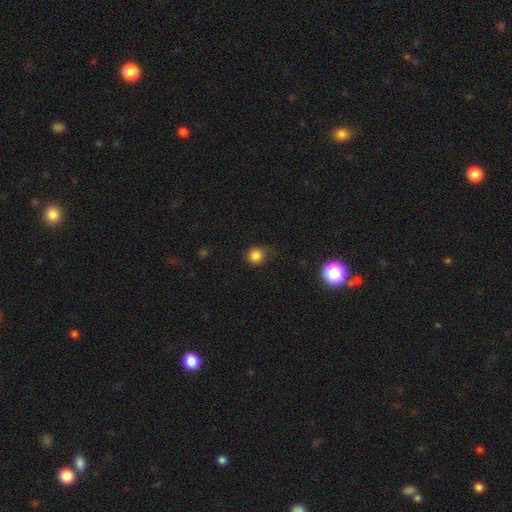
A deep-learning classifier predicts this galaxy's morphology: smooth-or-featured: smooth: 83% | star or artifact: 13% | featured or disk: 4%
  how-rounded: round: 90% | in between: 9% | cigar-shaped: 1%
  merging: none: 70% | minor disturbance: 22% | major disturbance: 6% | merger: 2%